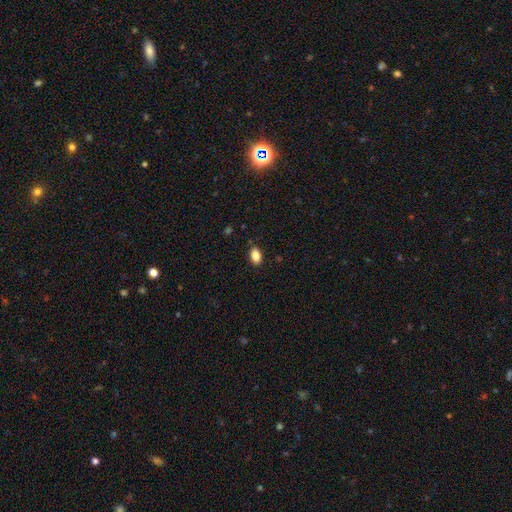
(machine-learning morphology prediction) This appears to be a smooth galaxy with no disk features (87%) that is in between round and cigar-shaped (89%). Merging: none (87%).